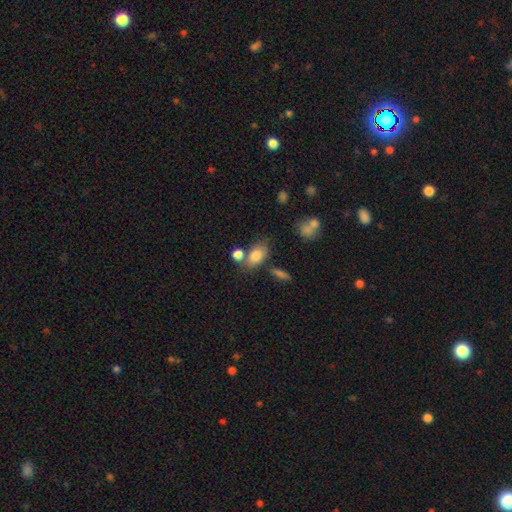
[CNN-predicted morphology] smooth_or_featured: smooth (p=0.81) [alt: featured or disk p=0.10]
how_rounded: in between (p=0.83) [alt: round p=0.15]
merging: none (p=0.52) [alt: merger p=0.25]